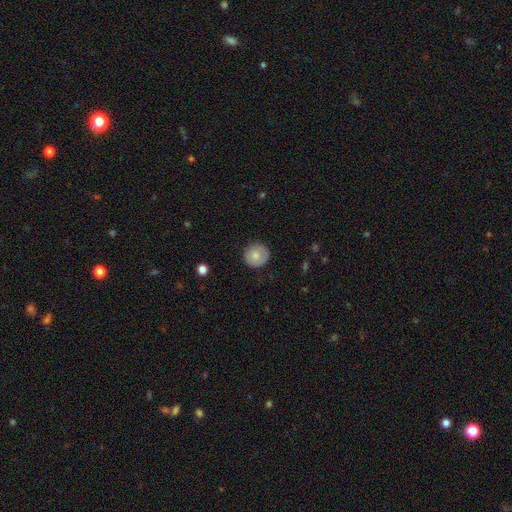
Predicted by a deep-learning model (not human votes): Q: Smooth or featured?
A: smooth (77%); runner-up: featured or disk (15%)
Q: How rounded?
A: round (93%); runner-up: in between (6%)
Q: Merging?
A: none (85%); runner-up: minor disturbance (12%)